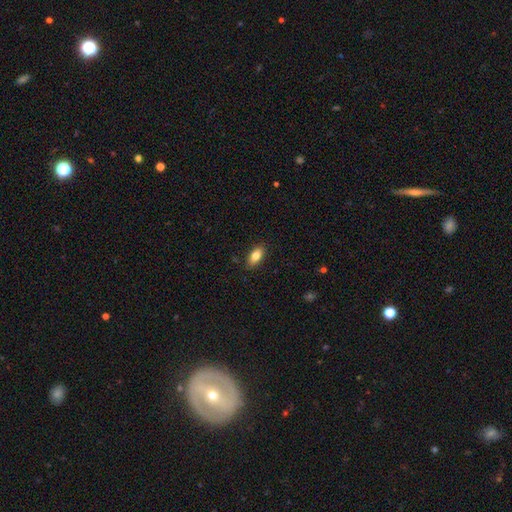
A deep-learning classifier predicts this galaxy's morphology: This appears to be a smooth galaxy with no disk features (81%) that is in between round and cigar-shaped (87%). Merging: none (88%).